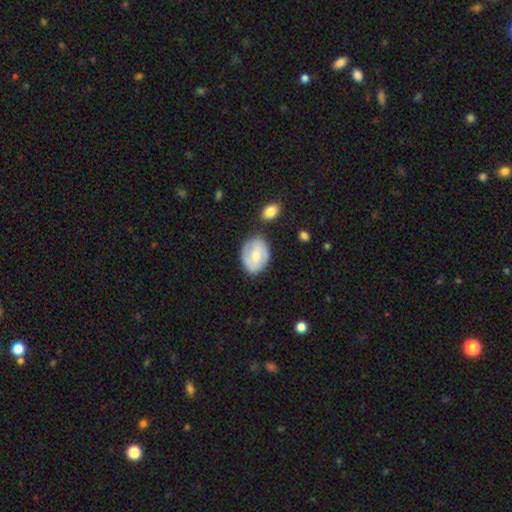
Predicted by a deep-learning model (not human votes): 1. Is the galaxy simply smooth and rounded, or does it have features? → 48% featured or disk, 45% smooth, 6% star or artifact.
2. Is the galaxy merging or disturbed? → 69% none, 19% minor disturbance, 7% merger, 5% major disturbance.